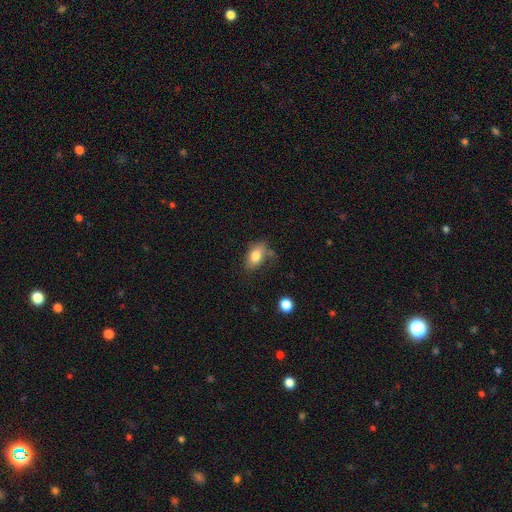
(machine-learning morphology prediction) Smooth or featured: smooth — 78% (featured or disk — 14%)
How rounded: in between — 86% (round — 11%)
Merging: none — 65% (minor disturbance — 24%)